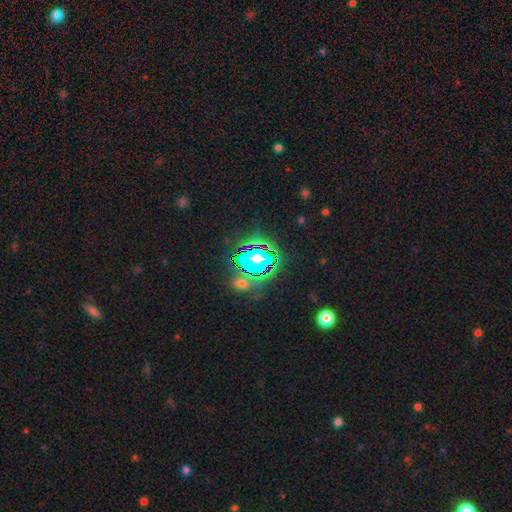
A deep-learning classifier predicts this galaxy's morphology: type=star or artifact (83%).